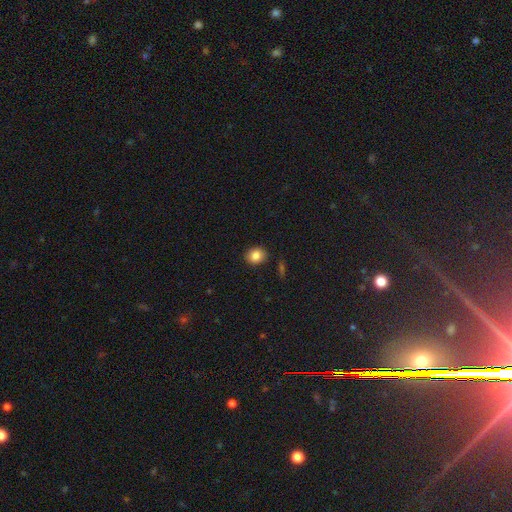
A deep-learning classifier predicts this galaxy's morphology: smooth_or_featured: smooth (p=0.85) [alt: star or artifact p=0.09]
how_rounded: round (p=0.68) [alt: in between p=0.31]
merging: none (p=0.88) [alt: minor disturbance p=0.08]